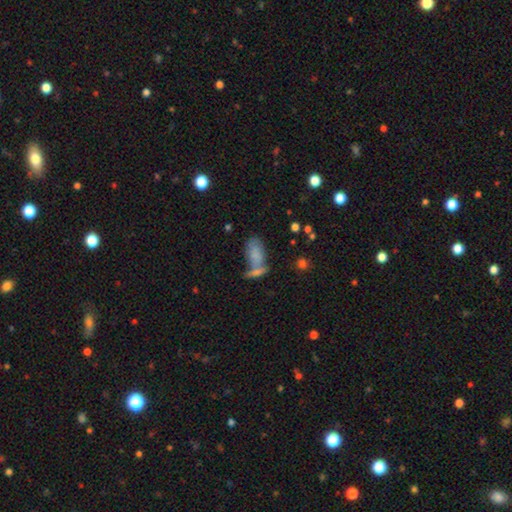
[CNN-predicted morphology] Smooth or featured: smooth — 74% (featured or disk — 15%)
How rounded: in between — 88% (cigar-shaped — 7%)
Merging: merger — 43% (none — 35%)